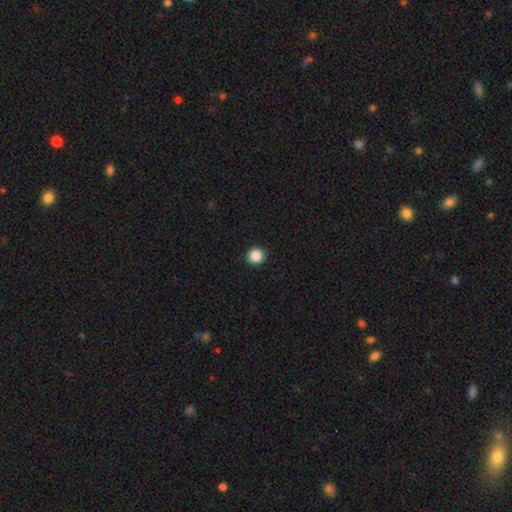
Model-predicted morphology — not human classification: This appears to be a smooth galaxy with no disk features (88%) that is round (94%). Merging: none (93%).